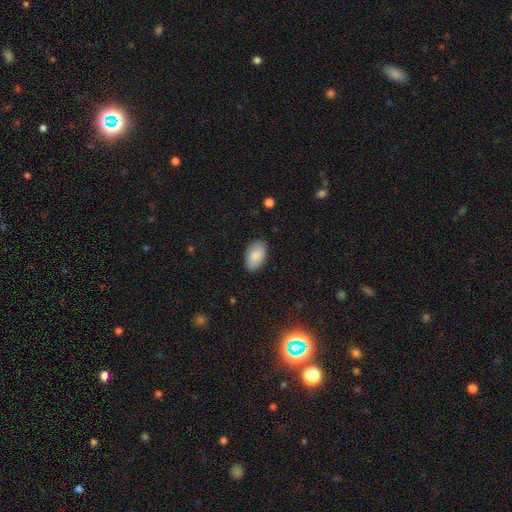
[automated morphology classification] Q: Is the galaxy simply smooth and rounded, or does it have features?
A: smooth — 88%.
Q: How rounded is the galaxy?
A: in between — 94%.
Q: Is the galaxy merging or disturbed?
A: none — 85%.